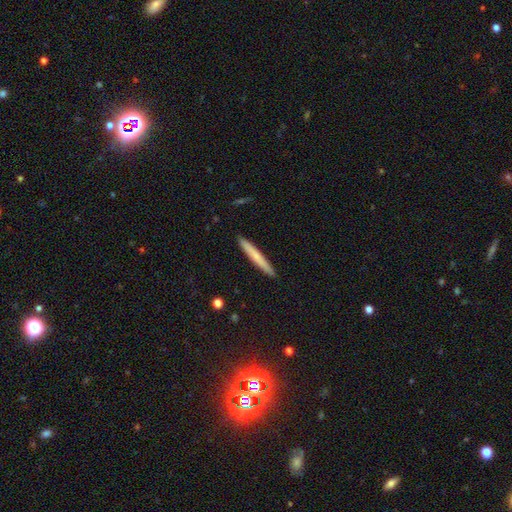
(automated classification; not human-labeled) This is likely a smooth galaxy (67%). How rounded: clearly cigar-shaped (97%). Merging: clearly none (92%).